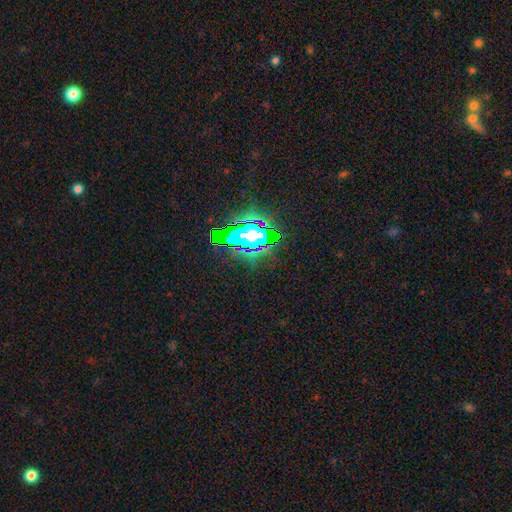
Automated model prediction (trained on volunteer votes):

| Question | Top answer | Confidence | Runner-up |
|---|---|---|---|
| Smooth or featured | star or artifact | 83% | smooth (9%) |